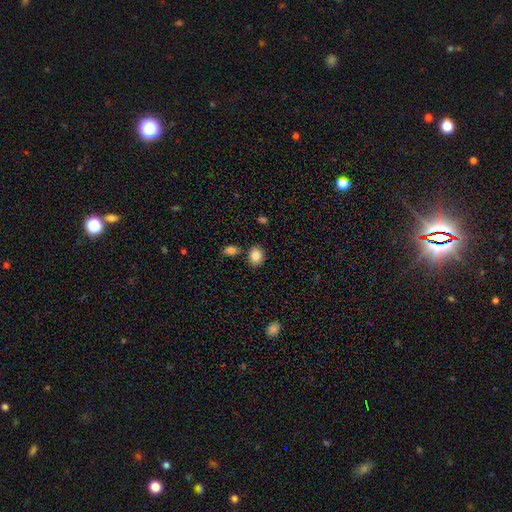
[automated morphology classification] Smooth or featured? smooth (85%)
How rounded? in between (50%)
Merging? none (78%)